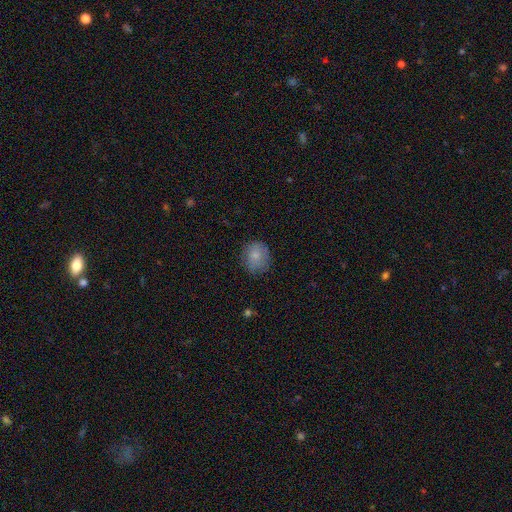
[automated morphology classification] Smooth or featured?
  - smooth: 80% *
  - featured or disk: 11%
  - star or artifact: 9%
How rounded?
  - round: 73% *
  - in between: 26%
  - cigar-shaped: 1%
Merging?
  - none: 79% *
  - minor disturbance: 16%
  - major disturbance: 4%
  - merger: 1%